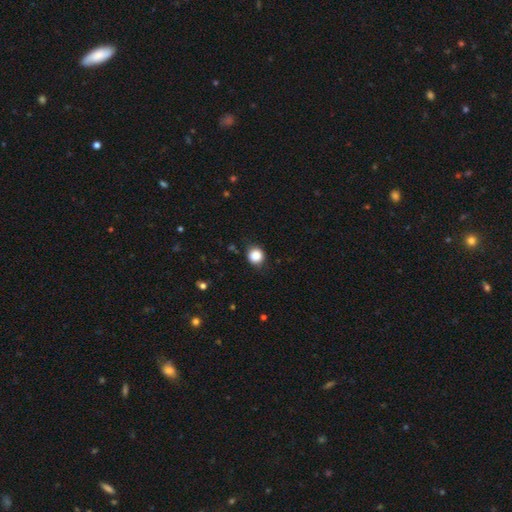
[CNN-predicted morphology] Q: Smooth or featured?
A: smooth (87%); runner-up: star or artifact (10%)
Q: How rounded?
A: round (88%); runner-up: in between (11%)
Q: Merging?
A: none (84%); runner-up: minor disturbance (12%)